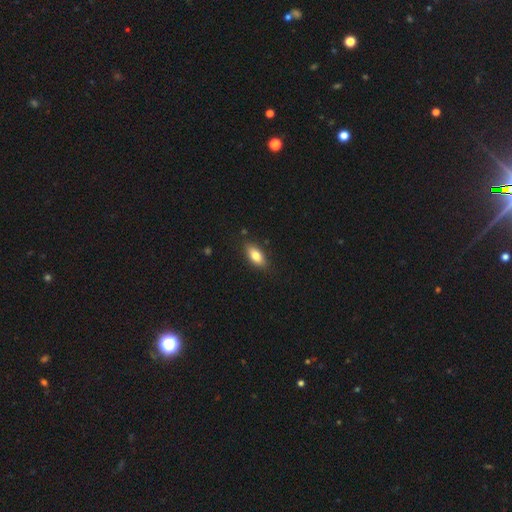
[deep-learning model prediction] Smooth or featured? Predicted: smooth (p=0.81). How rounded? Predicted: in between (p=0.86). Merging? Predicted: none (p=0.85).